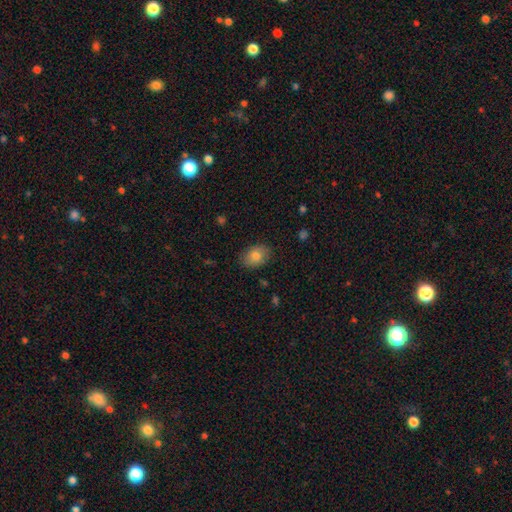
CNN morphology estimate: This is clearly a smooth galaxy (82%). How rounded: likely in between (80%). Merging: clearly none (85%).